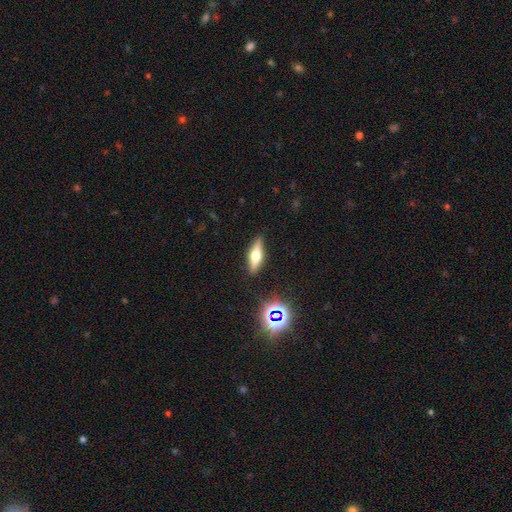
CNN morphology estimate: Smooth or featured? featured or disk (53%)
Edge-on disk? yes (92%)
Merging? none (87%)